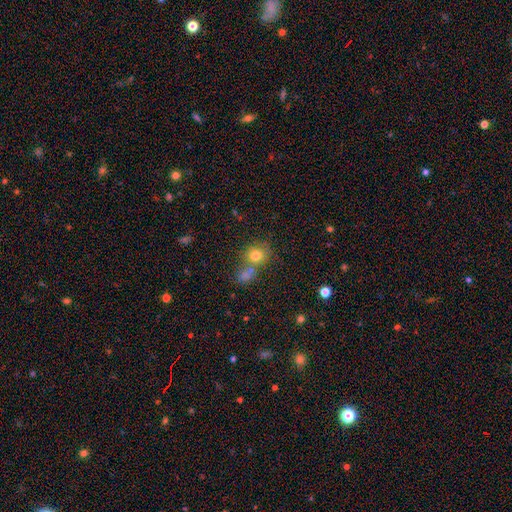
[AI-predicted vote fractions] Q: Smooth or featured?
A: smooth (77%); runner-up: star or artifact (12%)
Q: How rounded?
A: round (79%); runner-up: in between (20%)
Q: Merging?
A: none (55%); runner-up: merger (30%)